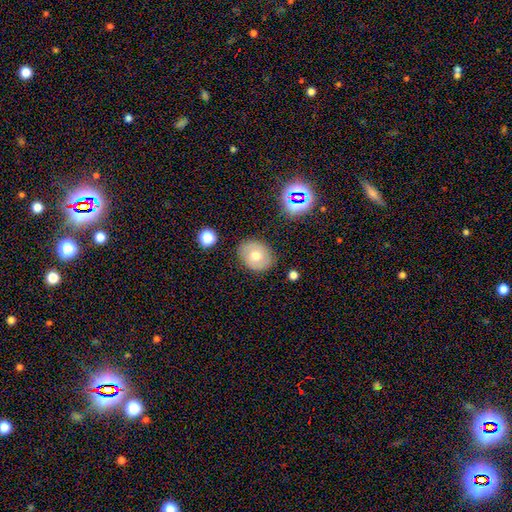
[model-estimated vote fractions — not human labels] This is likely a smooth galaxy (60%). How rounded: possibly round (52%). Merging: clearly none (82%).